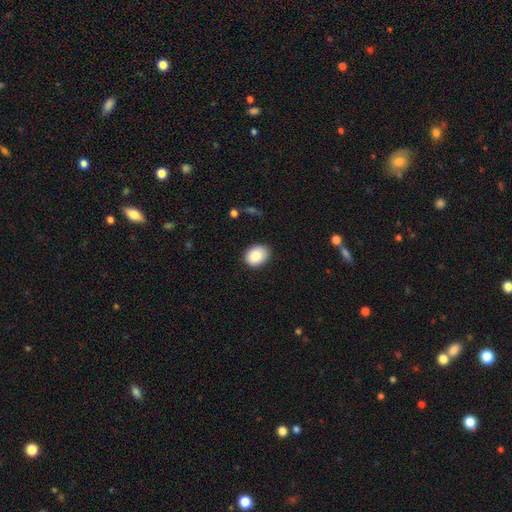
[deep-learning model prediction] Morphology: type=smooth (86%); roundness=in between (61%); merging=none (84%).